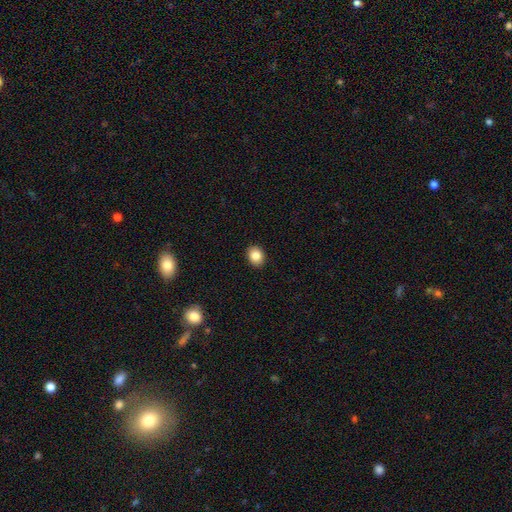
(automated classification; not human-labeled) This is clearly a smooth galaxy (85%). How rounded: possibly round (53%). Merging: clearly none (91%).